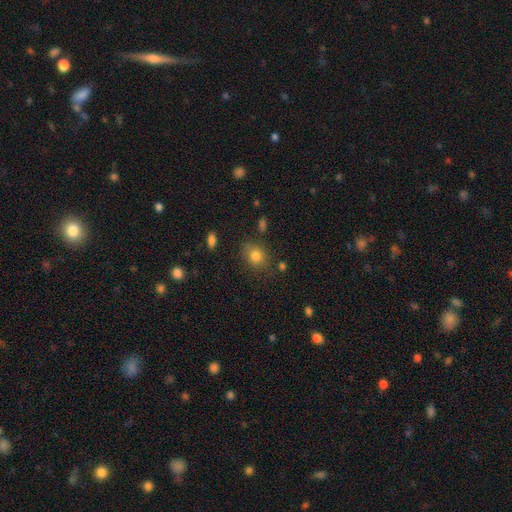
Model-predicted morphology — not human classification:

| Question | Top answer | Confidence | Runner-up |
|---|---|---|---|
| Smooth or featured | smooth | 80% | star or artifact (12%) |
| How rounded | round | 60% | in between (38%) |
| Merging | none | 77% | minor disturbance (15%) |